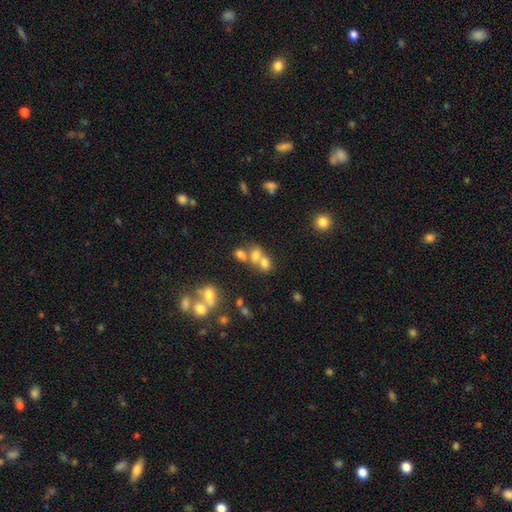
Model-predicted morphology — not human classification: smooth 65%, featured or disk 18%, star or artifact 17%. Down the decision tree: how rounded — round (53%); merging — merger (58%).